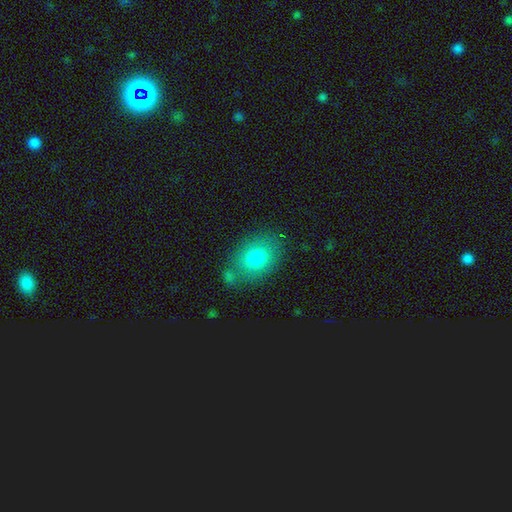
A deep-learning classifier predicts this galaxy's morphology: Overall: smooth (77%). How rounded: in between (67%; round 32%). Merging: none (72%).